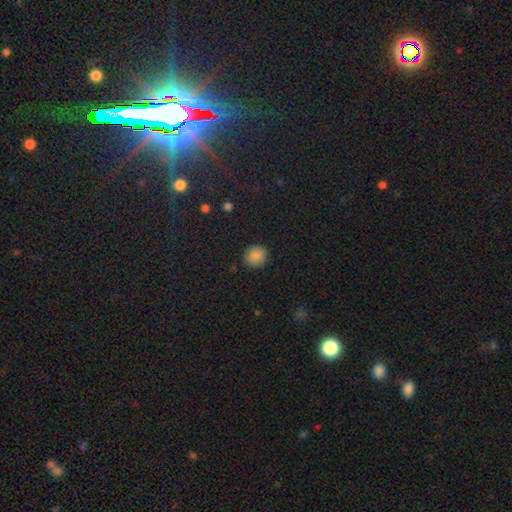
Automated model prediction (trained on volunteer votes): smooth-or-featured: smooth: 87% | star or artifact: 9% | featured or disk: 4%
  how-rounded: round: 82% | in between: 17% | cigar-shaped: 1%
  merging: none: 89% | minor disturbance: 8% | major disturbance: 2% | merger: 1%